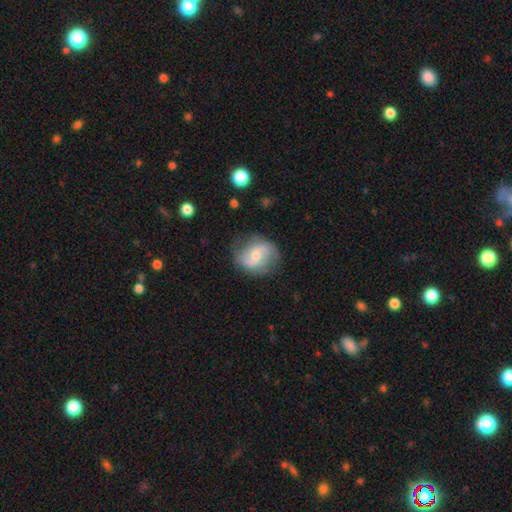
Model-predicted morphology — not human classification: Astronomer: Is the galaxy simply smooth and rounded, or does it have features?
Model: featured or disk — 69%.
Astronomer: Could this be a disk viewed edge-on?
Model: no — 97%.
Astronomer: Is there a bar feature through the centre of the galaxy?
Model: weak — 47% (runner-up: no, 39%).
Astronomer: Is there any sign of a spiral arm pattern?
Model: yes — 90%.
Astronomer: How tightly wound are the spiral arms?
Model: loose — 44% (runner-up: medium, 40%).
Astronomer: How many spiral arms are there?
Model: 2 — 86%.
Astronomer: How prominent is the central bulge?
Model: moderate — 56% (runner-up: small, 38%).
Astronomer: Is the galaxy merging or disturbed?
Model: none — 76%.